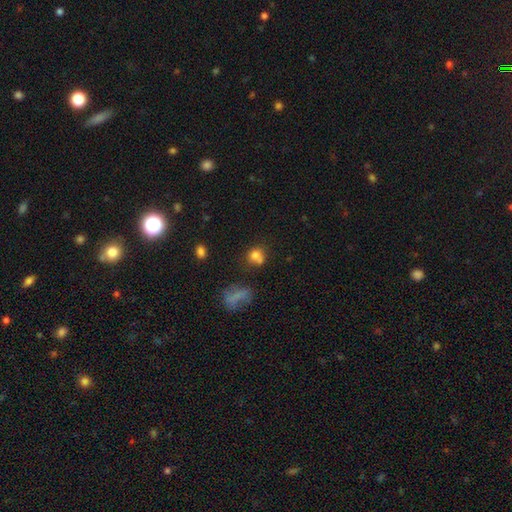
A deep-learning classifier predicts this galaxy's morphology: The model was most divided on "merging": none: 44%, merger: 34%, minor disturbance: 14%, major disturbance: 8%. More confident: smooth or featured — smooth (74%); how rounded — round (73%).